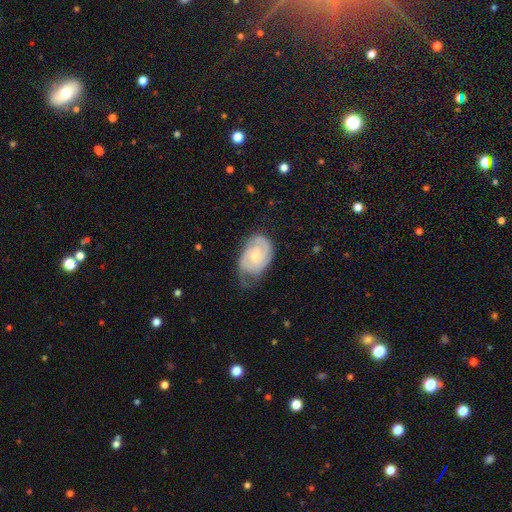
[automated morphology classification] featured or disk 78%, smooth 17%, star or artifact 5%. Down the decision tree: edge-on disk — no (97%); bar — no (64%); spiral arms — yes (95%); spiral arm count — 2 (60%); spiral winding — tight (56%); bulge size — small (53%); merging — none (50%).